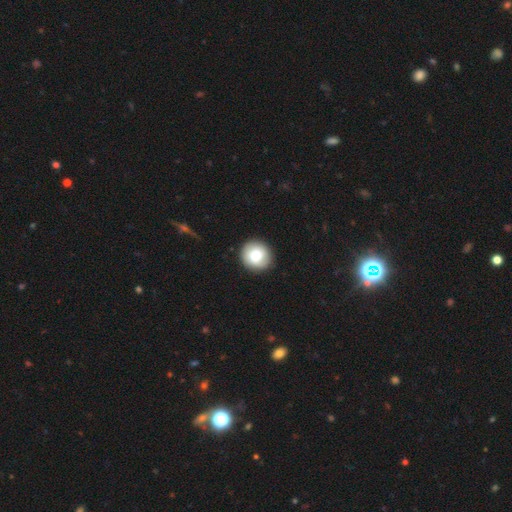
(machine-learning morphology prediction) Smooth or featured?
  - smooth: 79% *
  - featured or disk: 14%
  - star or artifact: 8%
How rounded?
  - round: 92% *
  - in between: 7%
  - cigar-shaped: 1%
Merging?
  - none: 90% *
  - minor disturbance: 7%
  - major disturbance: 2%
  - merger: 1%